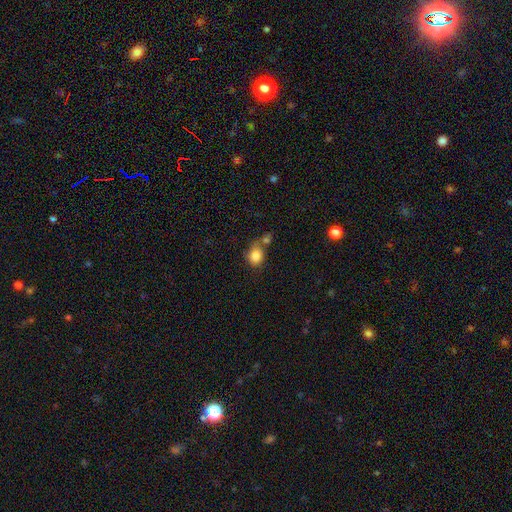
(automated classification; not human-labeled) Overall: smooth (84%). How rounded: round (62%; in between 37%). Merging: none (44%; merger 31%).